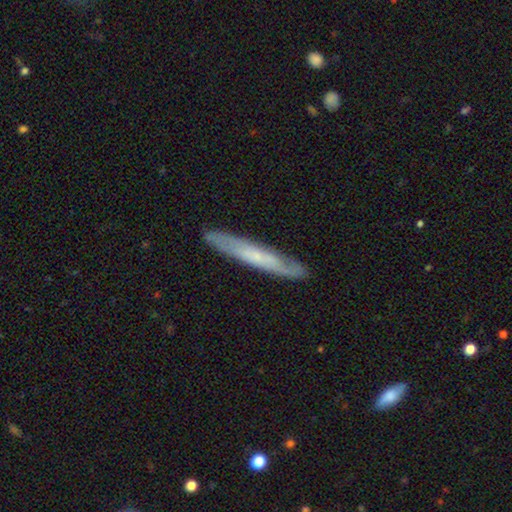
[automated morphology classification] Smooth or featured? Predicted: featured or disk (p=0.58). Edge-on disk? Predicted: yes (p=0.66). Merging? Predicted: none (p=0.85).